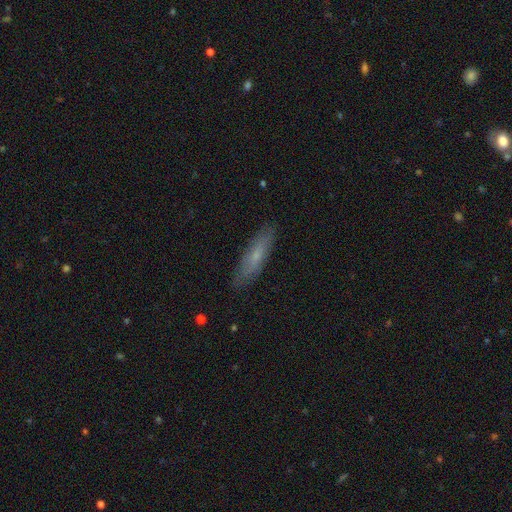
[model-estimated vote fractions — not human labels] This is likely a smooth galaxy (61%). How rounded: likely cigar-shaped (71%). Merging: clearly none (84%).